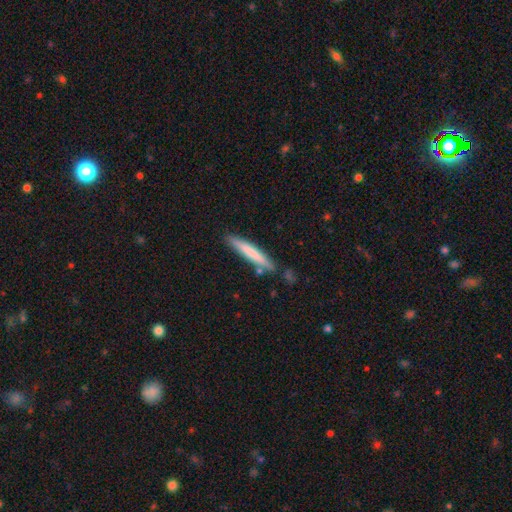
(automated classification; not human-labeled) Overall: smooth (71%). How rounded: cigar-shaped (94%). Merging: none (82%).